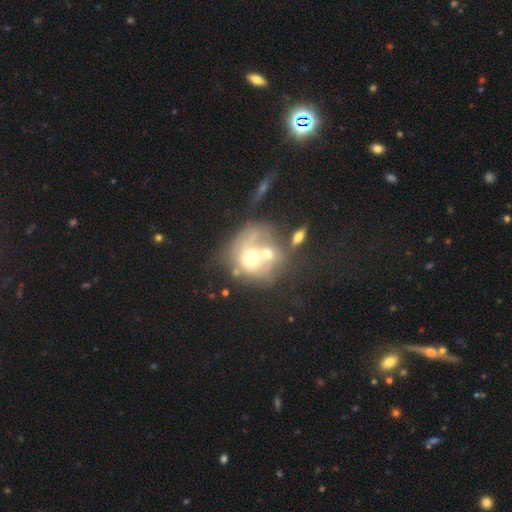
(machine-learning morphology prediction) featured or disk 44%, smooth 42%, star or artifact 14%. Down the decision tree: merging — merger (53%).